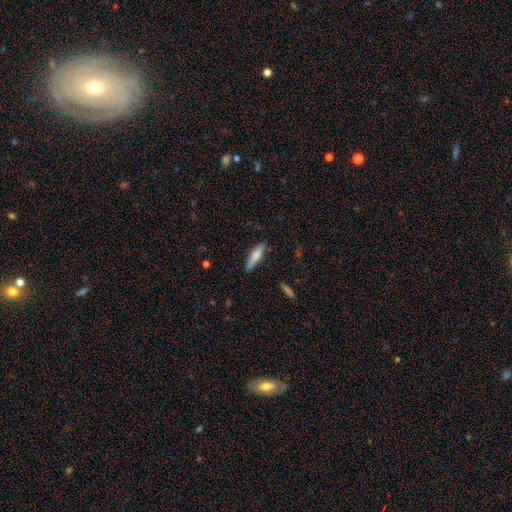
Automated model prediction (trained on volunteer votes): Overall: smooth (79%). How rounded: cigar-shaped (70%). Merging: none (81%).